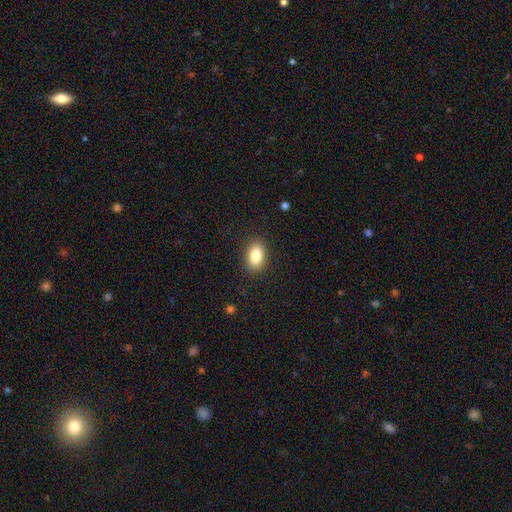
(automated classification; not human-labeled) Smooth or featured? smooth (87%)
How rounded? in between (90%)
Merging? none (88%)